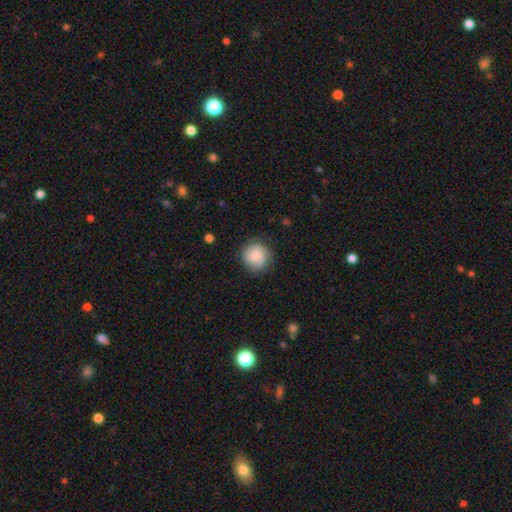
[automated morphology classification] This appears to be a smooth galaxy with no disk features (85%) that is round (91%). Merging: none (82%).